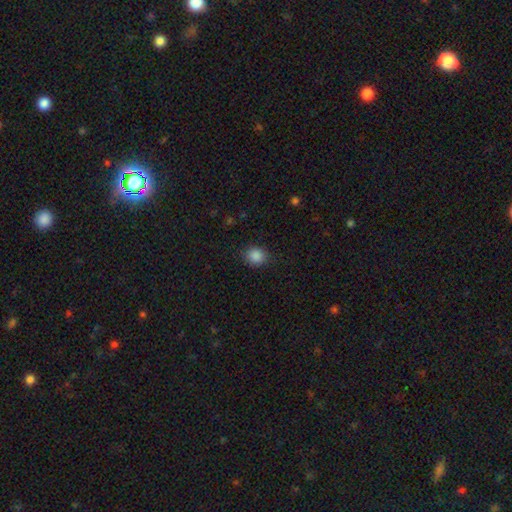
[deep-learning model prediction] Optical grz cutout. It shows a smooth galaxy with no disk features (87%) that is round (70%). Merging: none (85%).